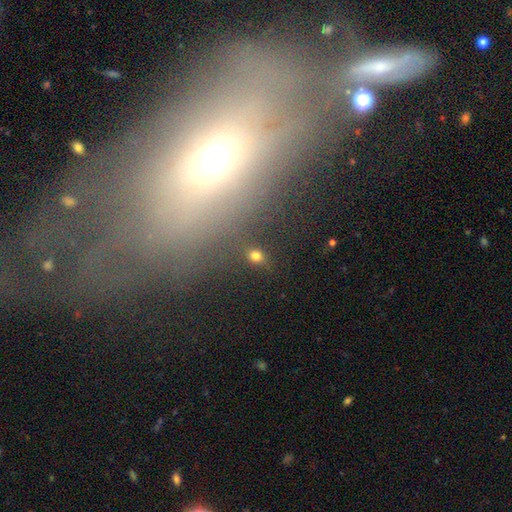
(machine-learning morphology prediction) The model was most divided on "how rounded": round: 56%, in between: 42%, cigar-shaped: 2%. More confident: merging — none (83%); smooth or featured — smooth (77%).